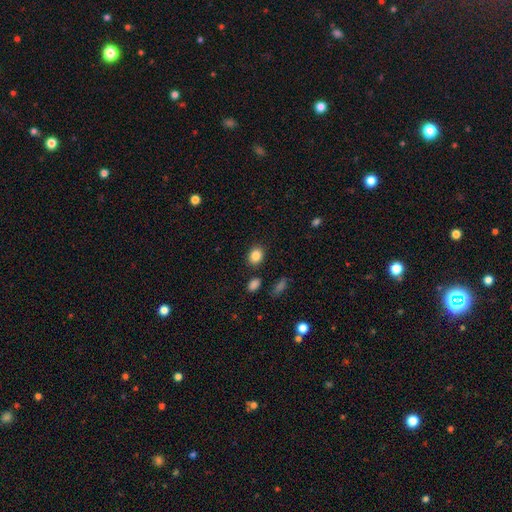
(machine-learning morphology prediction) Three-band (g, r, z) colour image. It shows a smooth galaxy with no disk features (85%) that is in between round and cigar-shaped (52%). Merging: none (85%).